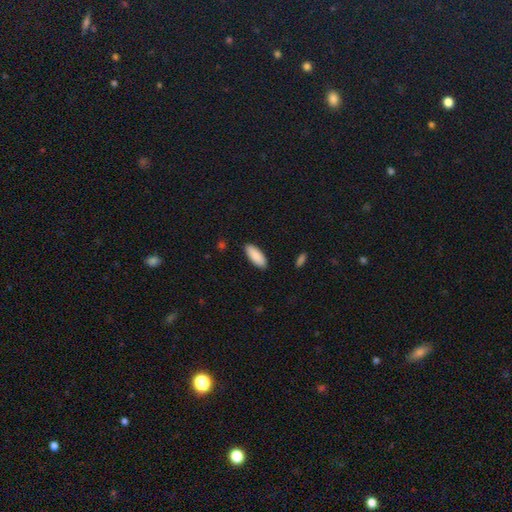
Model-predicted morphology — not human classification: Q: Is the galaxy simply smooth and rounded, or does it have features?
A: smooth — 90%.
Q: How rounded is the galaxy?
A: in between — 78%.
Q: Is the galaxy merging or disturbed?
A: none — 89%.